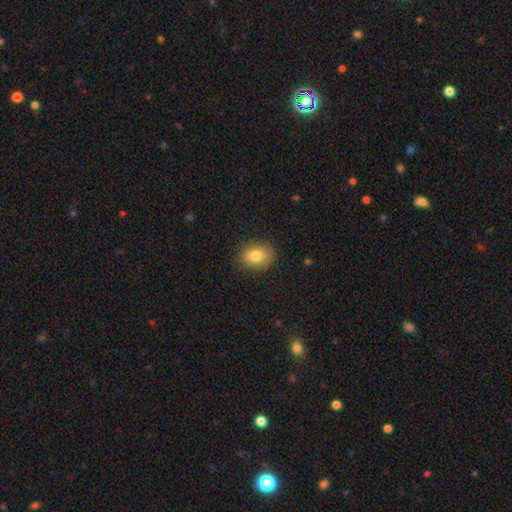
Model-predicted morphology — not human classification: smooth-or-featured: smooth: 80% | featured or disk: 11% | star or artifact: 9%
  how-rounded: in between: 60% | round: 39% | cigar-shaped: 1%
  merging: none: 86% | minor disturbance: 11% | major disturbance: 3% | merger: 1%